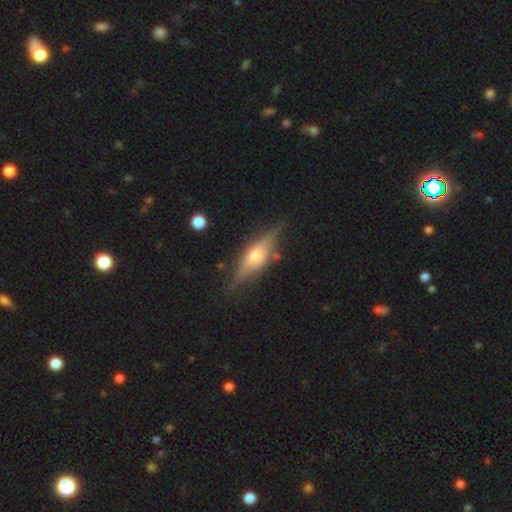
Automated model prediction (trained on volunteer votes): Smooth or featured? Predicted: featured or disk (p=0.75). Edge-on disk? Predicted: yes (p=0.95). Edge-on bulge? Predicted: rounded (p=0.91). Merging? Predicted: none (p=0.85).